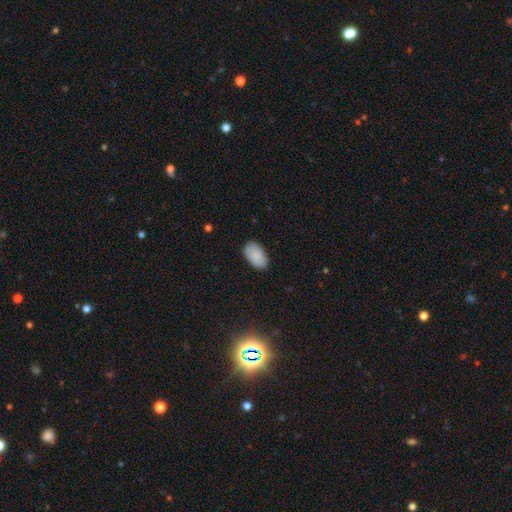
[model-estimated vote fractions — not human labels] smooth_or_featured: smooth (p=0.86) [alt: featured or disk p=0.07]
how_rounded: in between (p=0.94) [alt: round p=0.05]
merging: none (p=0.84) [alt: minor disturbance p=0.13]